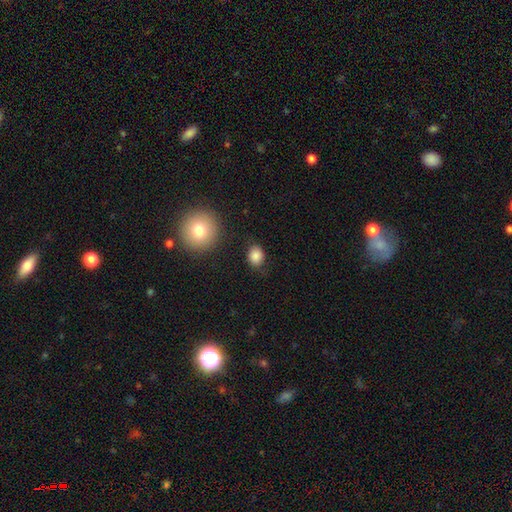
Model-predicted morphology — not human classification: smooth 85%, star or artifact 10%, featured or disk 5%. Down the decision tree: how rounded — round (51%); merging — none (80%).